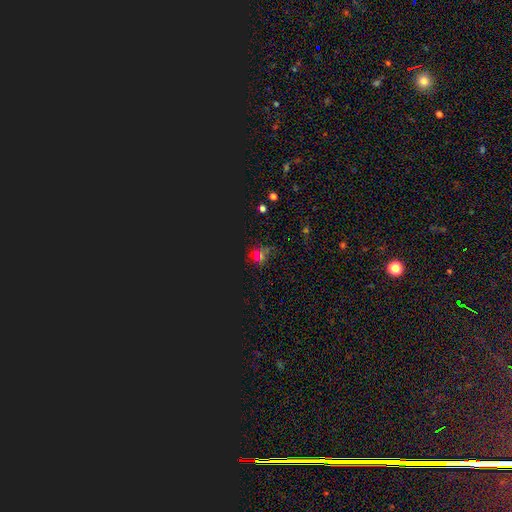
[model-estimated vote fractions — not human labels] A star or artifact, not a galaxy (64%).

Vote fractions:
- Smooth or featured? star or artifact: 64% / smooth: 26% / featured or disk: 9%